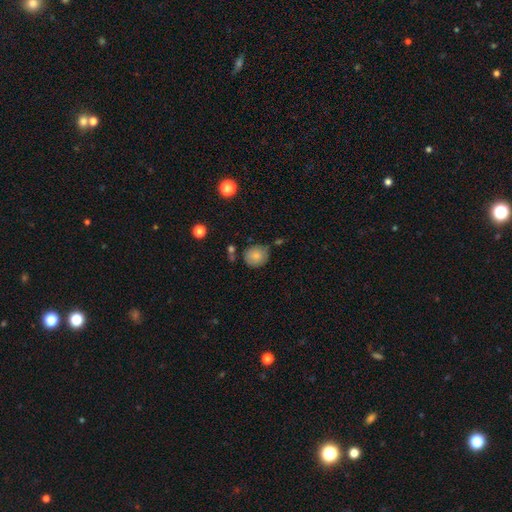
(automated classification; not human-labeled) Overall: smooth (80%). How rounded: round (85%). Merging: none (67%).